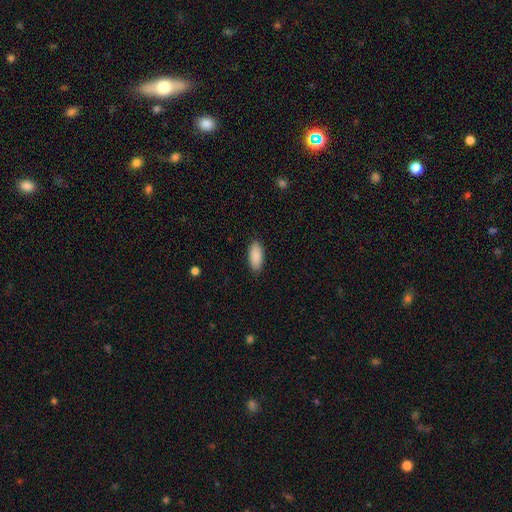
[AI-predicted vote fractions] A smooth galaxy with no disk features (90%) that is in between round and cigar-shaped (87%).

Vote fractions:
- Smooth or featured? smooth: 90% / star or artifact: 6% / featured or disk: 4%
- How rounded? in between: 87% / cigar-shaped: 11% / round: 2%
- Merging? none: 89% / minor disturbance: 8% / major disturbance: 2% / merger: 1%